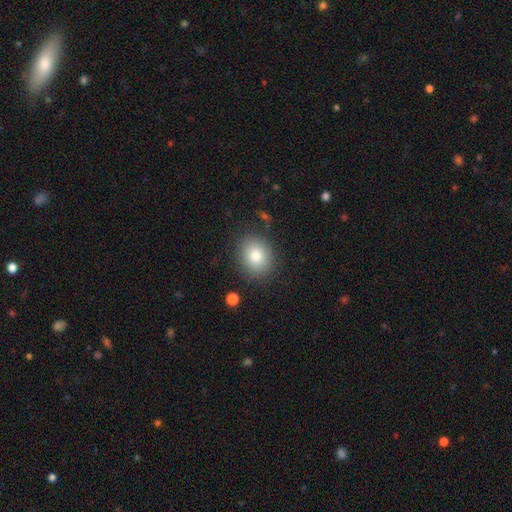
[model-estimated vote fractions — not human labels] Smooth or featured?
  - smooth: 80% *
  - featured or disk: 10%
  - star or artifact: 10%
How rounded?
  - round: 62% *
  - in between: 37%
  - cigar-shaped: 1%
Merging?
  - none: 84% *
  - minor disturbance: 10%
  - major disturbance: 4%
  - merger: 2%